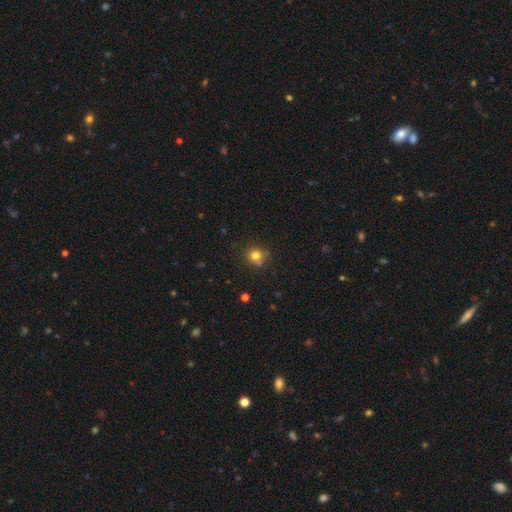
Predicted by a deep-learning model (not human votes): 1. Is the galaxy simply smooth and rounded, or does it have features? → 77% smooth, 14% star or artifact, 9% featured or disk.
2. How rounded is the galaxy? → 84% round, 15% in between, 1% cigar-shaped.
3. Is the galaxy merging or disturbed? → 68% none, 16% minor disturbance, 12% merger, 5% major disturbance.